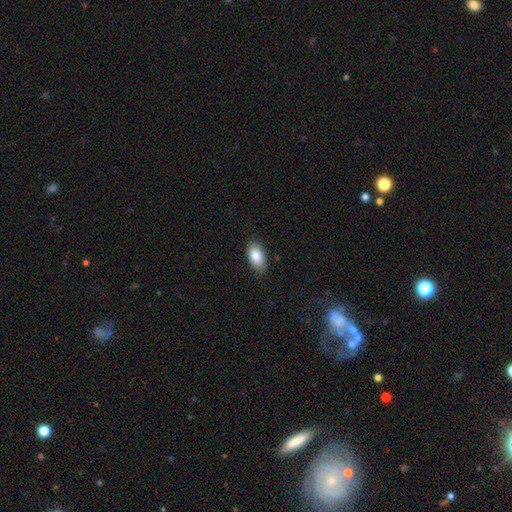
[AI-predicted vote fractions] Smooth or featured: smooth — 84% (featured or disk — 9%)
How rounded: in between — 93% (round — 4%)
Merging: none — 83% (minor disturbance — 14%)